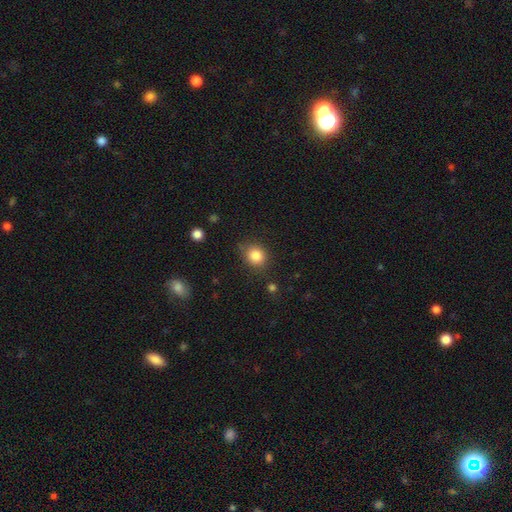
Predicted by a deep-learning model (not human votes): This appears to be a smooth galaxy with no disk features (84%) that is round (71%). Merging: none (79%).